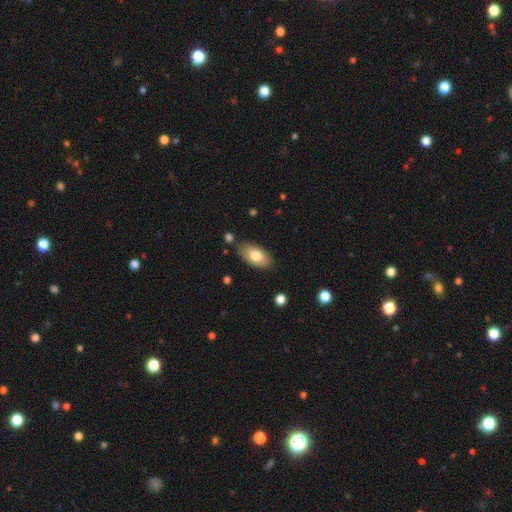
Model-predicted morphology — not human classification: smooth 77%, featured or disk 17%, star or artifact 7%. Down the decision tree: how rounded — in between (93%); merging — none (80%).